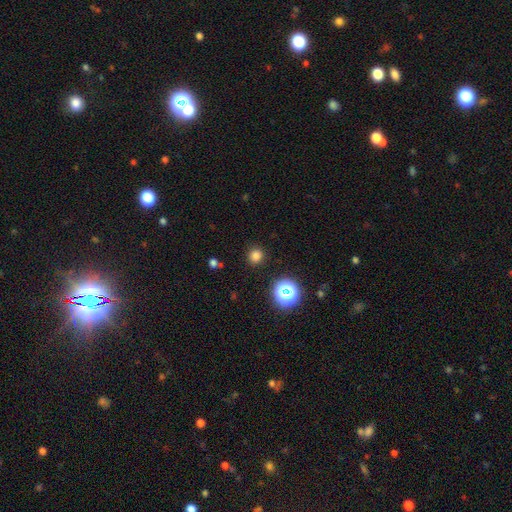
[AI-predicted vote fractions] smooth 78%, star or artifact 18%, featured or disk 4%. Down the decision tree: how rounded — round (92%); merging — none (90%).